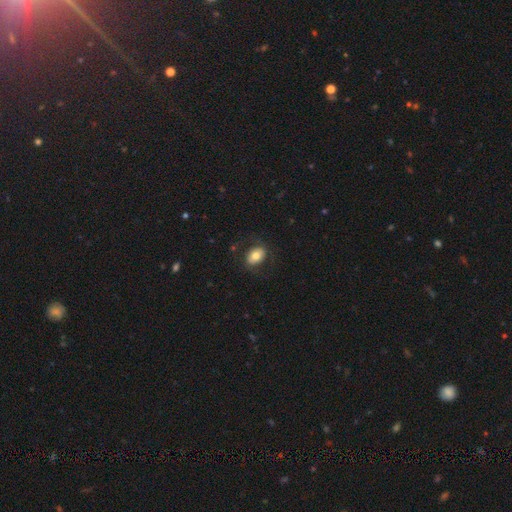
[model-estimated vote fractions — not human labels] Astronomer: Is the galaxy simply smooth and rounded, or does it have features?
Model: smooth — 74%.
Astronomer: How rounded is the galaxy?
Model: in between — 78%.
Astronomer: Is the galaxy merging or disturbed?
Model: none — 79%.